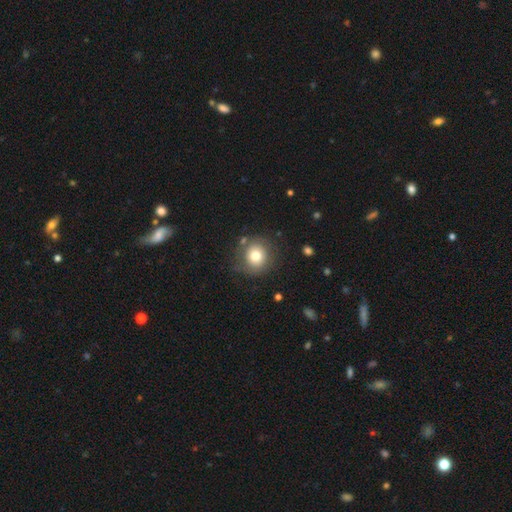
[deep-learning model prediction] A smooth galaxy with no disk features (74%) that is round (89%).

Vote fractions:
- Smooth or featured? smooth: 74% / featured or disk: 15% / star or artifact: 11%
- How rounded? round: 89% / in between: 10% / cigar-shaped: 1%
- Merging? none: 79% / minor disturbance: 12% / major disturbance: 5% / merger: 3%